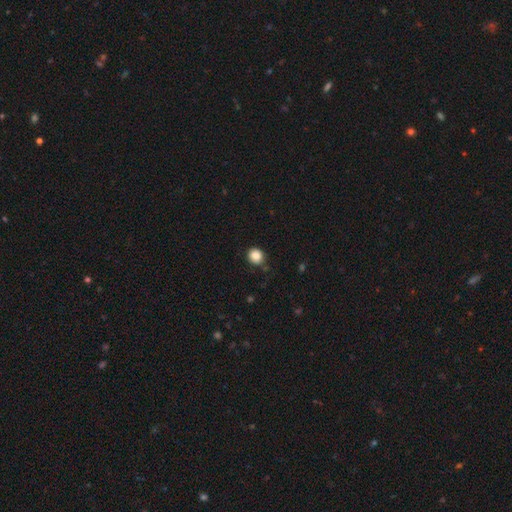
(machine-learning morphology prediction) smooth_or_featured: smooth (p=0.86) [alt: star or artifact p=0.10]
how_rounded: round (p=0.82) [alt: in between p=0.17]
merging: none (p=0.82) [alt: minor disturbance p=0.13]